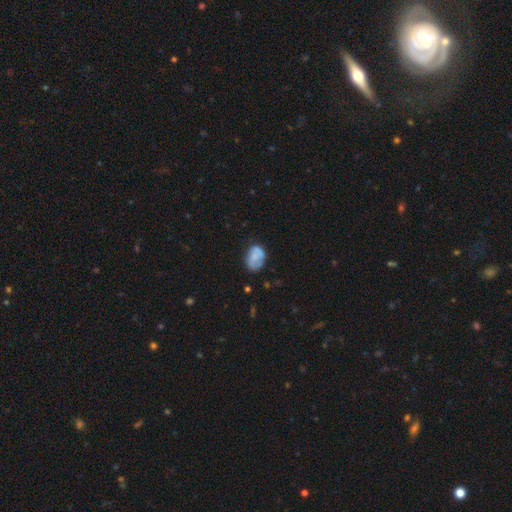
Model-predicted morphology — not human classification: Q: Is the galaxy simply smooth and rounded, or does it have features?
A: smooth — 67%.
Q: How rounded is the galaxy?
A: in between — 76%.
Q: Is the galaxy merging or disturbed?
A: none — 55%.